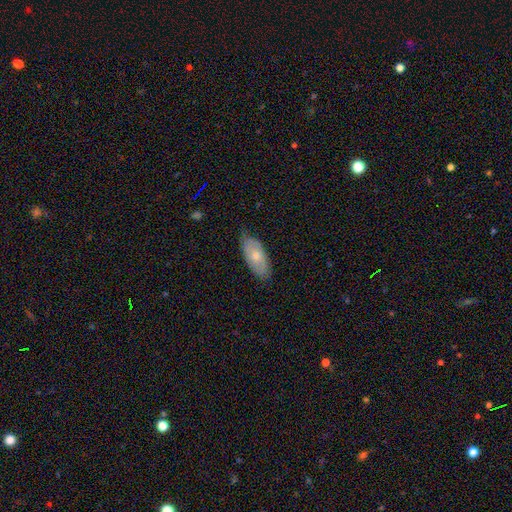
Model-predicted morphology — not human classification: smooth 56%, featured or disk 37%, star or artifact 7%. Down the decision tree: how rounded — in between (84%); merging — none (81%).